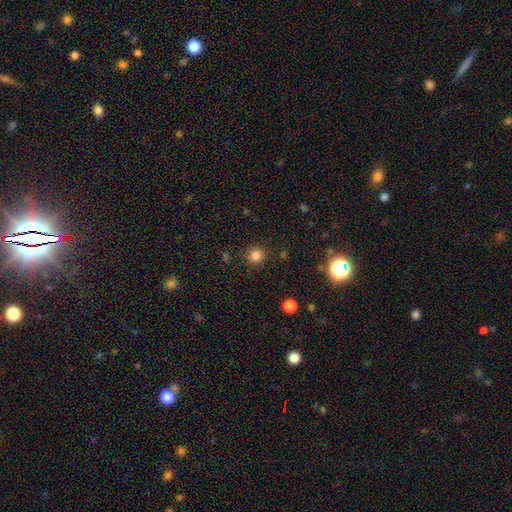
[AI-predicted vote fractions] Smooth or featured? Predicted: smooth (p=0.82). How rounded? Predicted: round (p=0.94). Merging? Predicted: none (p=0.88).